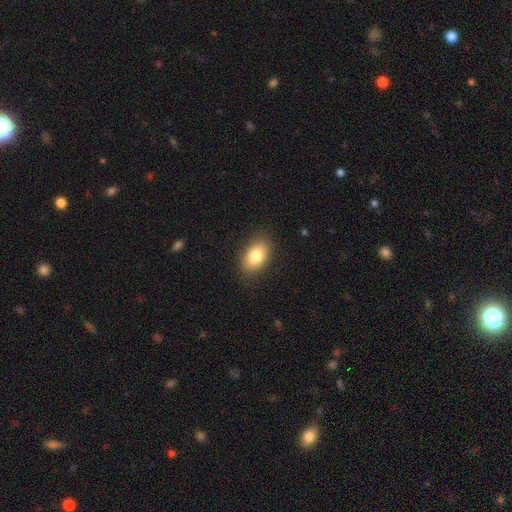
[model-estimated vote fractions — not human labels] smooth 82%, featured or disk 10%, star or artifact 8%. Down the decision tree: how rounded — in between (88%); merging — none (86%).